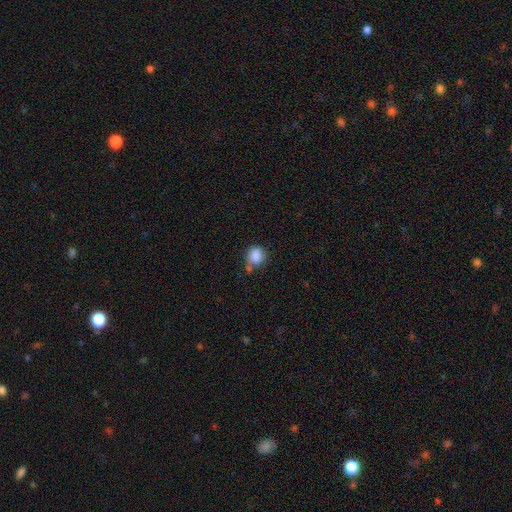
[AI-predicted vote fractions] Morphology: type=smooth (86%); roundness=round (69%); merging=none (54%).